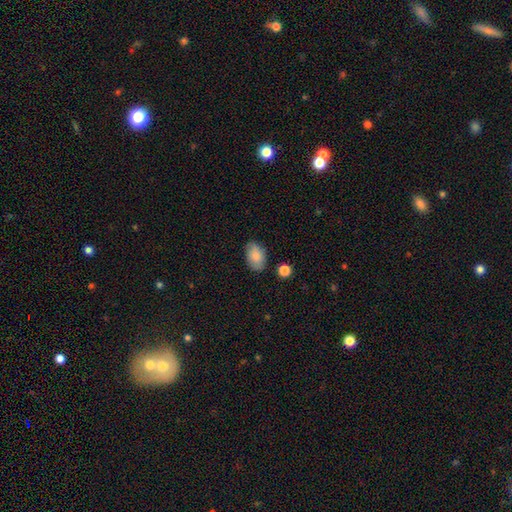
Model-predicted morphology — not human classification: The model was most divided on "merging": none: 80%, minor disturbance: 15%, major disturbance: 3%, merger: 3%. More confident: how rounded — in between (89%); smooth or featured — smooth (85%).